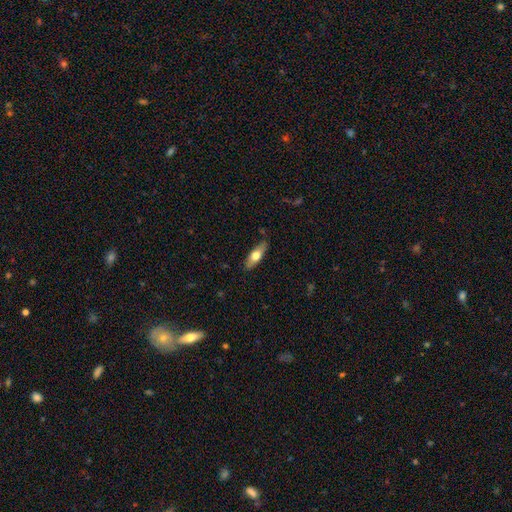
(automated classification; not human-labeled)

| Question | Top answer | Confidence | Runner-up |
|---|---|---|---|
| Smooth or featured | smooth | 60% | featured or disk (34%) |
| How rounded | in between | 54% | cigar-shaped (44%) |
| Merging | none | 83% | minor disturbance (13%) |